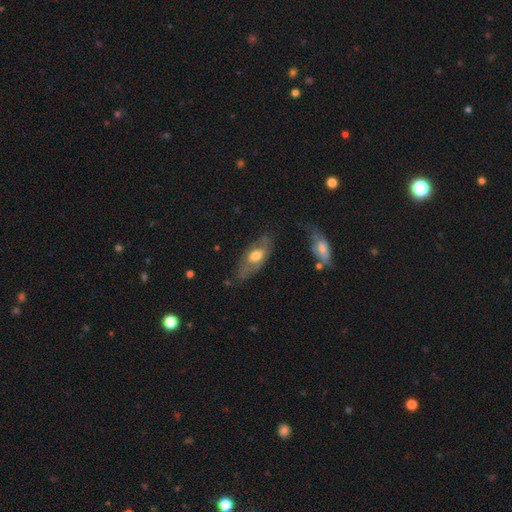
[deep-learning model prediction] Smooth or featured: featured or disk — 53% (smooth — 41%)
Edge-on disk: no — 77% (yes — 23%)
Merging: none — 64% (minor disturbance — 25%)